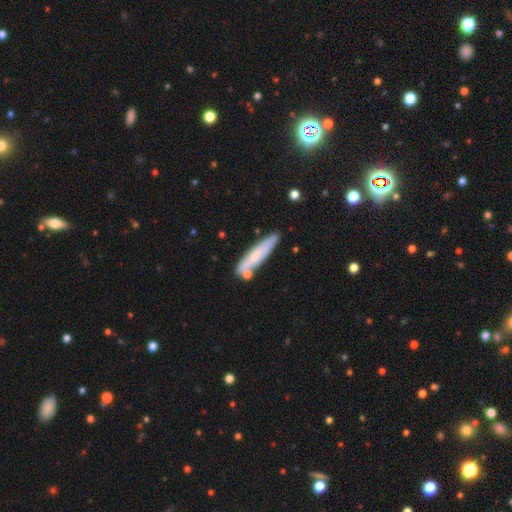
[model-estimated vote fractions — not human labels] Overall: smooth (59%; featured or disk 35%). How rounded: cigar-shaped (87%). Merging: none (74%).